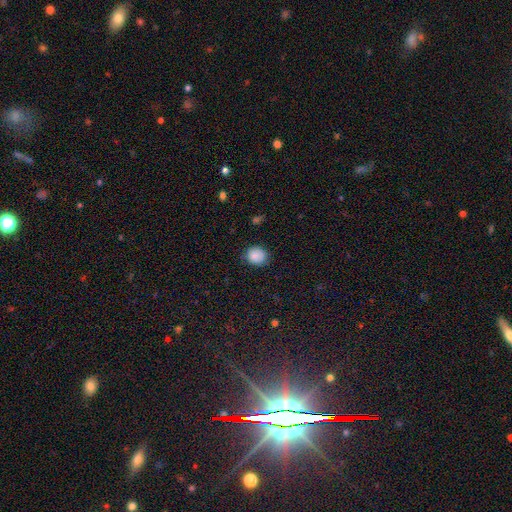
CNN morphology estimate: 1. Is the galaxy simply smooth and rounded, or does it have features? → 87% smooth, 9% star or artifact, 5% featured or disk.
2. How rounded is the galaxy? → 75% round, 24% in between, 1% cigar-shaped.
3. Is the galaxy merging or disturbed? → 77% none, 18% minor disturbance, 4% major disturbance, 1% merger.